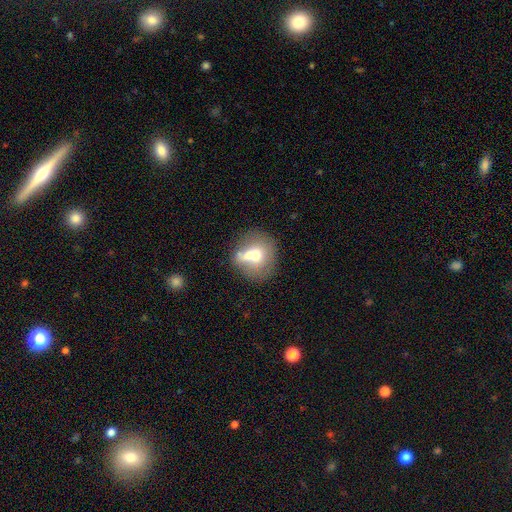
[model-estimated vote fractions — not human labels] smooth-or-featured: smooth: 59% | featured or disk: 31% | star or artifact: 10%
  how-rounded: round: 75% | in between: 23% | cigar-shaped: 2%
  merging: merger: 43% | none: 36% | minor disturbance: 13% | major disturbance: 8%